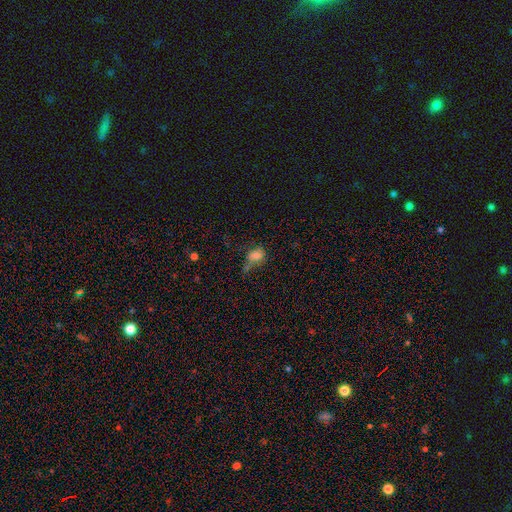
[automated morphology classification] Smooth or featured? smooth (74%)
How rounded? in between (55%)
Merging? none (40%)